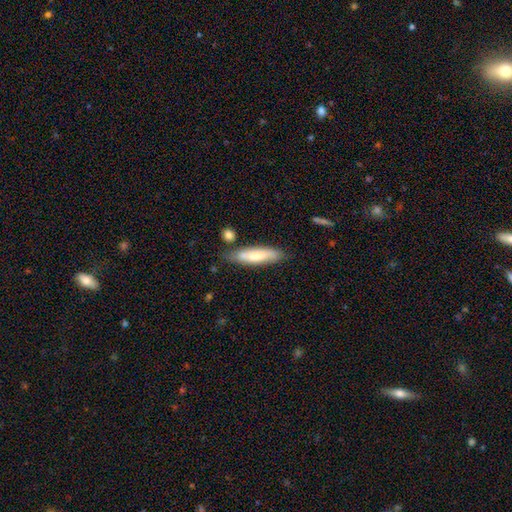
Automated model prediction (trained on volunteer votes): smooth 66%, featured or disk 28%, star or artifact 6%. Down the decision tree: how rounded — cigar-shaped (68%); merging — none (71%).